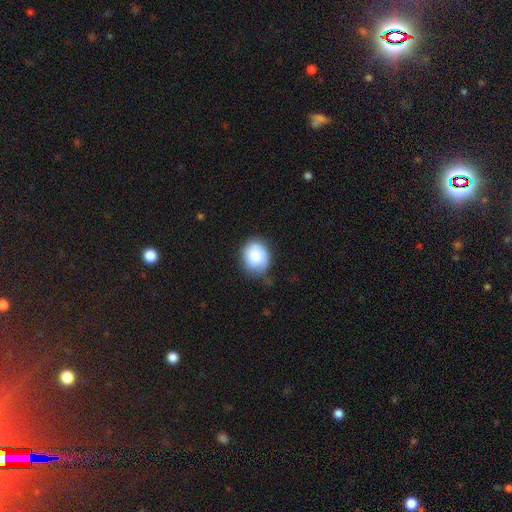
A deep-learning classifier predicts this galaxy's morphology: The model was most divided on "how rounded": round: 53%, in between: 46%, cigar-shaped: 1%. More confident: smooth or featured — smooth (79%); merging — none (61%).